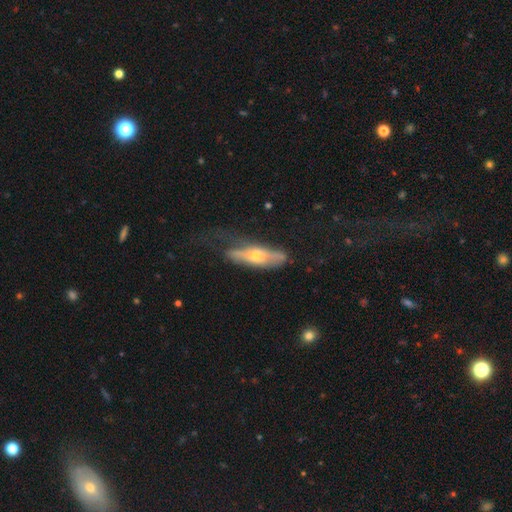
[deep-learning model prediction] Q: Smooth or featured?
A: featured or disk (62%); runner-up: smooth (31%)
Q: Edge-on disk?
A: no (52%); runner-up: yes (48%)
Q: Merging?
A: none (43%); runner-up: major disturbance (31%)